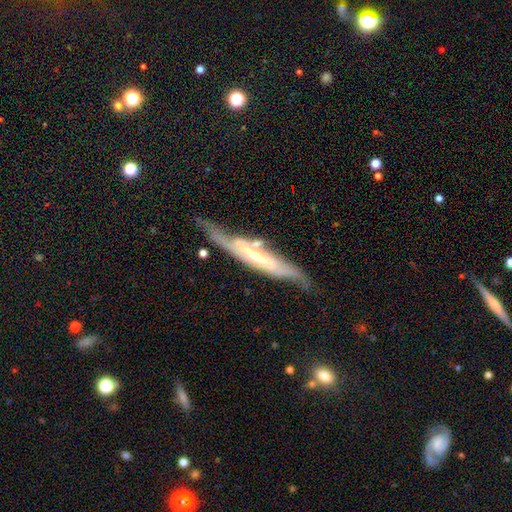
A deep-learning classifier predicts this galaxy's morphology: Overall: featured or disk (79%). Edge-on disk: yes (51%; no 49%). Merging: none (54%; minor disturbance 24%).